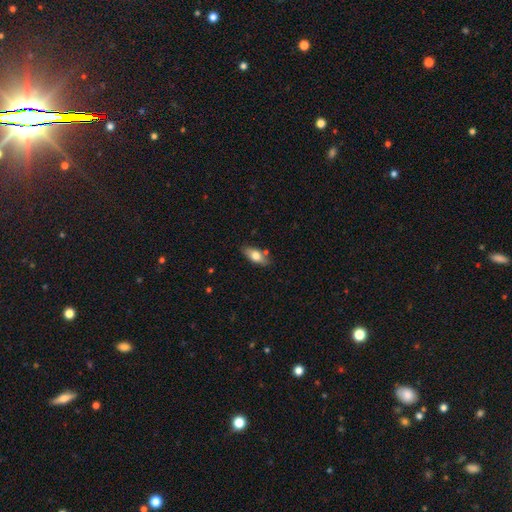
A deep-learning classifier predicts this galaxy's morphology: This is likely a smooth galaxy (70%). How rounded: clearly in between (81%). Merging: likely none (78%).